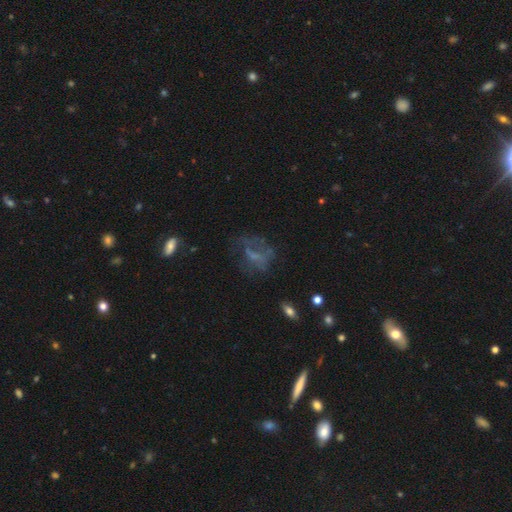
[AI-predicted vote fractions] This appears to be a featured or disk galaxy (48%). Merging: none (44%).